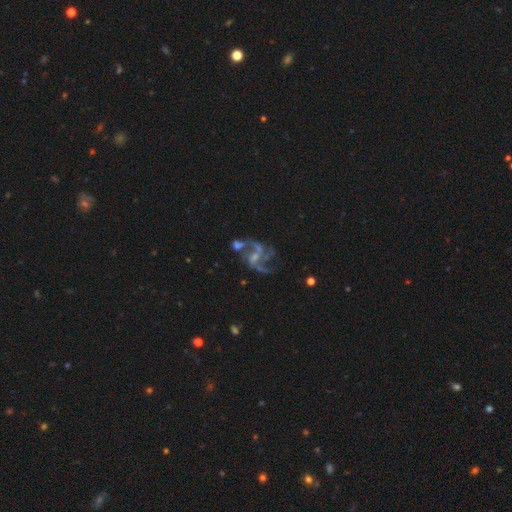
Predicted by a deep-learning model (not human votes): smooth-or-featured: featured or disk: 83% | star or artifact: 10% | smooth: 7%
  disk-edge-on: no: 98% | yes: 2%
    bar: weak: 43% | no: 42% | strong: 14%
    has-spiral-arms: yes: 89% | no: 11%
      spiral-winding: loose: 56% | medium: 36% | tight: 8%
      spiral-arm-count: 3: 32% | 2: 31% | can't tell: 15% | 4: 10% | 1: 6% | more than 4: 6%
    bulge-size: small: 44% | moderate: 27% | none: 25% | large: 3% | dominant: 1%
  merging: none: 43% | major disturbance: 27% | minor disturbance: 15% | merger: 14%